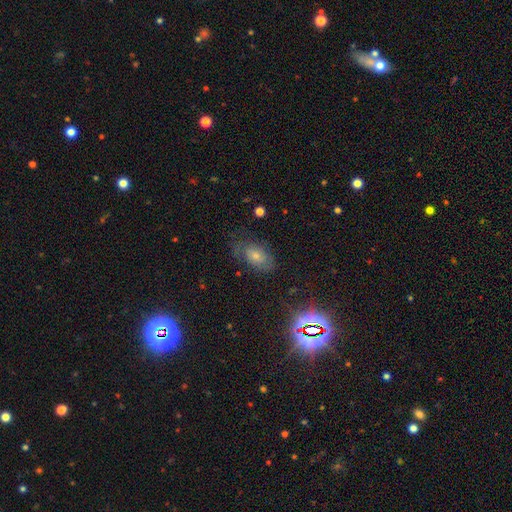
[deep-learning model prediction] Smooth or featured? Predicted: featured or disk (p=0.35, tied with smooth). Merging? Predicted: none (p=0.64).